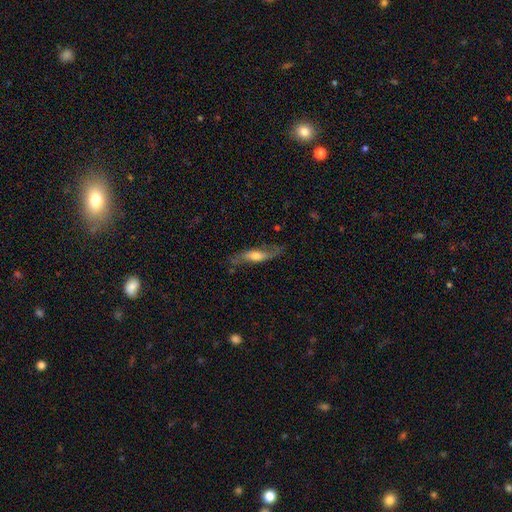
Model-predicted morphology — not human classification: A featured or disk galaxy (54%) with not edge-on (50%, tied with yes).

Vote fractions:
- Smooth or featured? featured or disk: 54% / smooth: 39% / star or artifact: 6%
- Edge-on disk? no: 50% (tied) / yes: 50% (tied)
- Merging? none: 68% / minor disturbance: 21% / major disturbance: 9% / merger: 3%